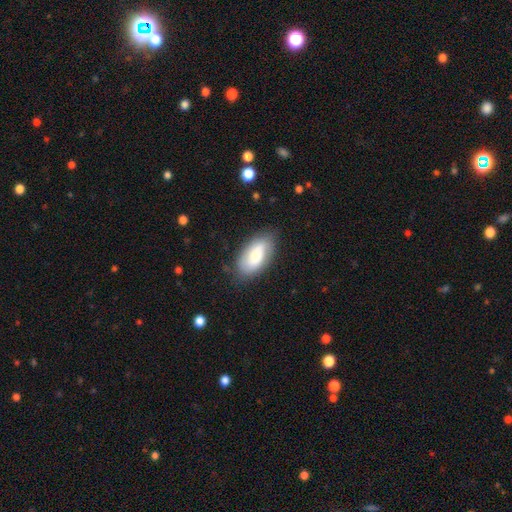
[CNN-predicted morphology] The model was most divided on "smooth or featured": smooth: 66%, featured or disk: 27%, star or artifact: 6%. More confident: how rounded — in between (93%); merging — none (79%).